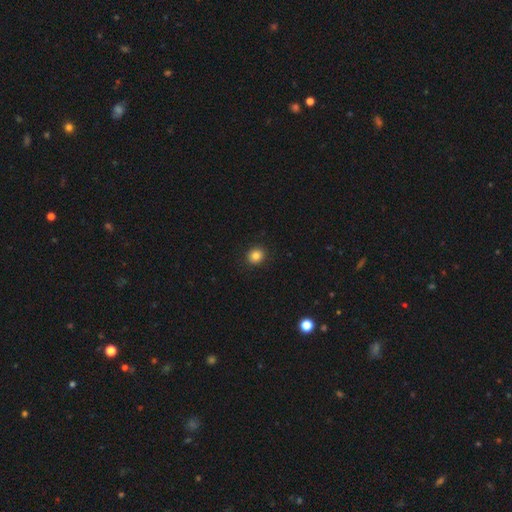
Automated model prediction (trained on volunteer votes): Smooth or featured? Predicted: smooth (p=0.84). How rounded? Predicted: round (p=0.85). Merging? Predicted: none (p=0.92).